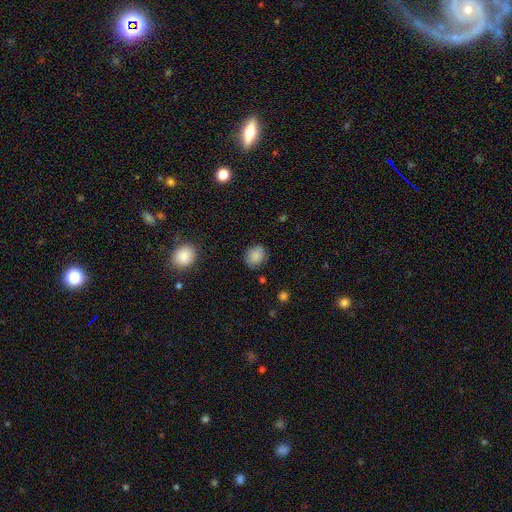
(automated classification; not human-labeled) A smooth galaxy with no disk features (86%) that is round (67%).

Vote fractions:
- Smooth or featured? smooth: 86% / star or artifact: 9% / featured or disk: 5%
- How rounded? round: 67% / in between: 32% / cigar-shaped: 1%
- Merging? none: 82% / minor disturbance: 13% / major disturbance: 3% / merger: 2%